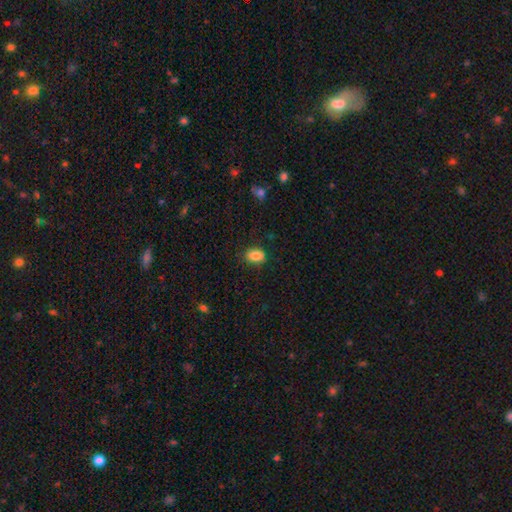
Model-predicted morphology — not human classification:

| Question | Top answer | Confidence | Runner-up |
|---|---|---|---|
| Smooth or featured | smooth | 86% | star or artifact (9%) |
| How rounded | in between | 82% | round (17%) |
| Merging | none | 83% | minor disturbance (13%) |